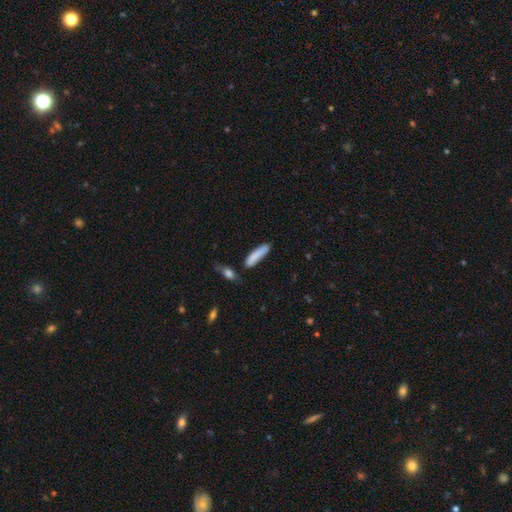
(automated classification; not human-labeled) smooth 83%, featured or disk 11%, star or artifact 6%. Down the decision tree: how rounded — cigar-shaped (80%); merging — none (68%).